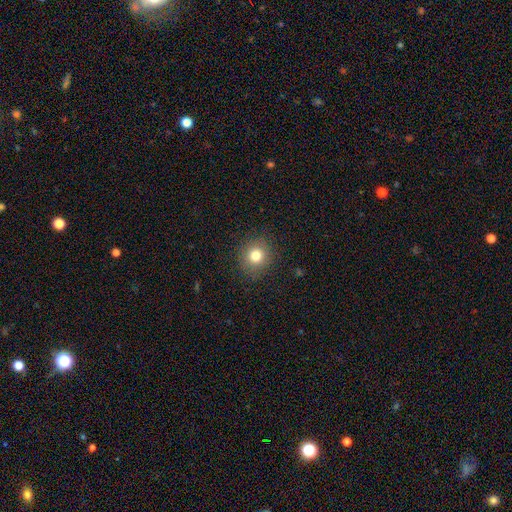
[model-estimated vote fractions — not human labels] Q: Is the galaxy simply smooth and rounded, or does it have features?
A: smooth — 80%.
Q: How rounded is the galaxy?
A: round — 87%.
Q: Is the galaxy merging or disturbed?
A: none — 89%.